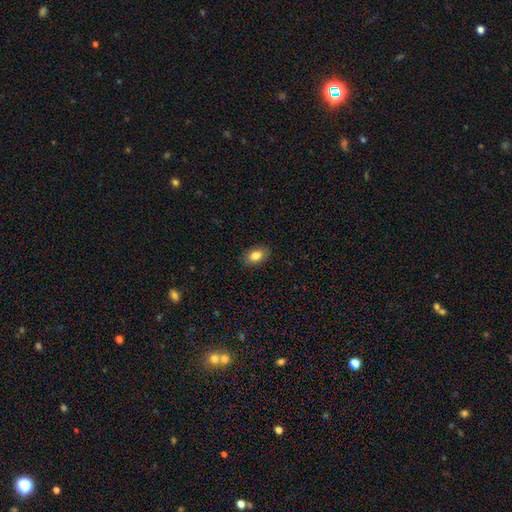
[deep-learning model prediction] Morphology: type=smooth (84%); roundness=in between (87%); merging=none (88%).